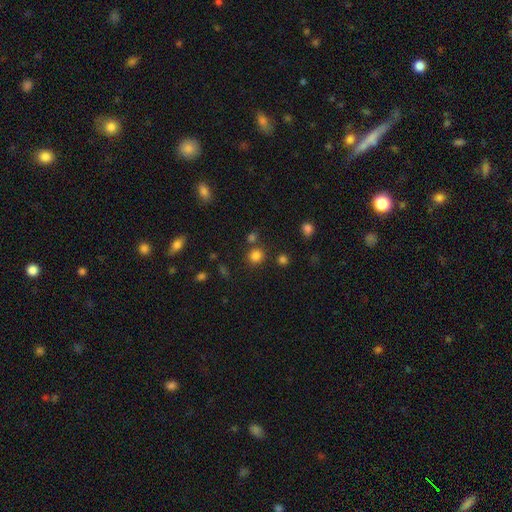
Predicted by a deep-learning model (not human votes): Smooth or featured? Predicted: smooth (p=0.80). How rounded? Predicted: round (p=0.88). Merging? Predicted: none (p=0.78).